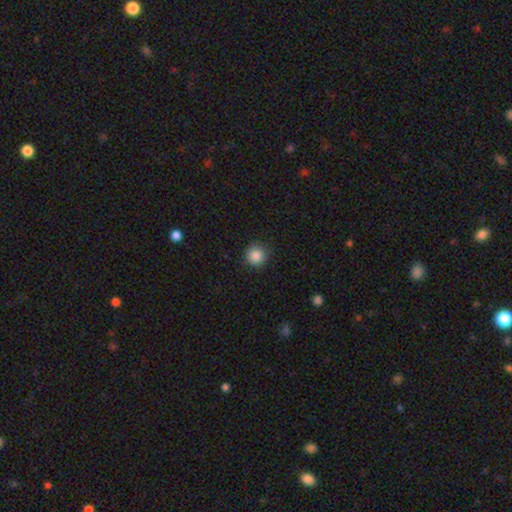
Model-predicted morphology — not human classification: smooth 87%, star or artifact 10%, featured or disk 3%. Down the decision tree: how rounded — round (94%); merging — none (89%).